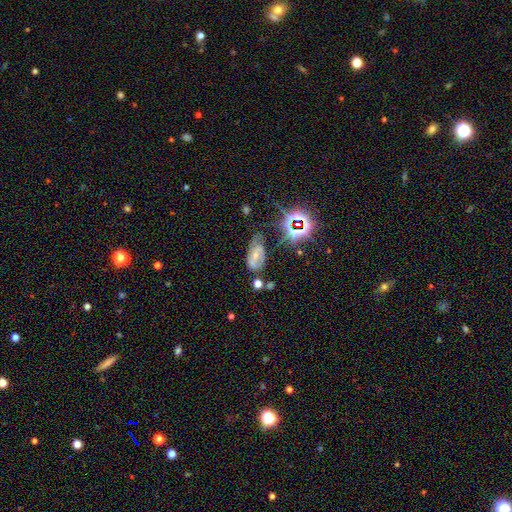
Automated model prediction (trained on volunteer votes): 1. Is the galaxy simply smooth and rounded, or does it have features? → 58% featured or disk, 23% smooth, 19% star or artifact.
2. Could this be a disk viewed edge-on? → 95% no, 5% yes.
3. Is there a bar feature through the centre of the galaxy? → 42% weak, 31% no, 27% strong.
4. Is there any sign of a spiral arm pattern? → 79% yes, 21% no.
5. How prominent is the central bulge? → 53% small, 32% moderate, 11% none, 3% large, 1% dominant.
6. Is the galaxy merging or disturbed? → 53% none, 27% minor disturbance, 15% major disturbance, 5% merger.